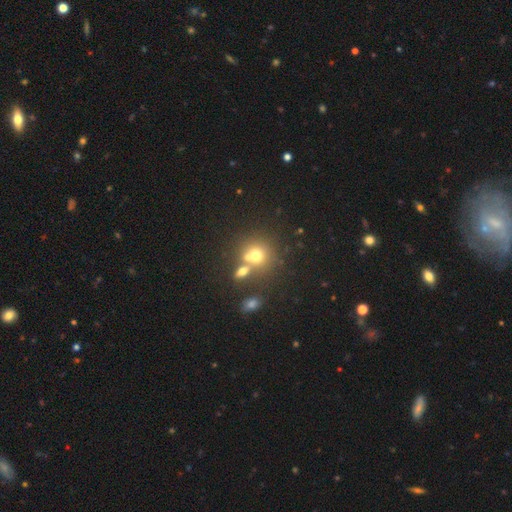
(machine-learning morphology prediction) This is likely a smooth galaxy (68%). How rounded: clearly round (83%). Merging: possibly none (47%).